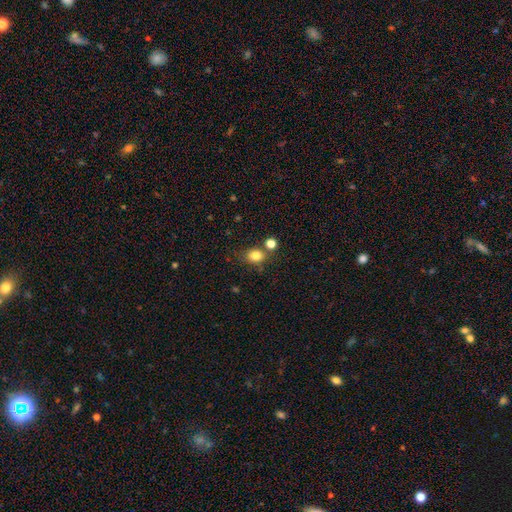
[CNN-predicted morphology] smooth-or-featured: smooth: 82% | star or artifact: 12% | featured or disk: 6%
  how-rounded: round: 52% | in between: 47% | cigar-shaped: 1%
  merging: none: 66% | merger: 15% | minor disturbance: 14% | major disturbance: 5%